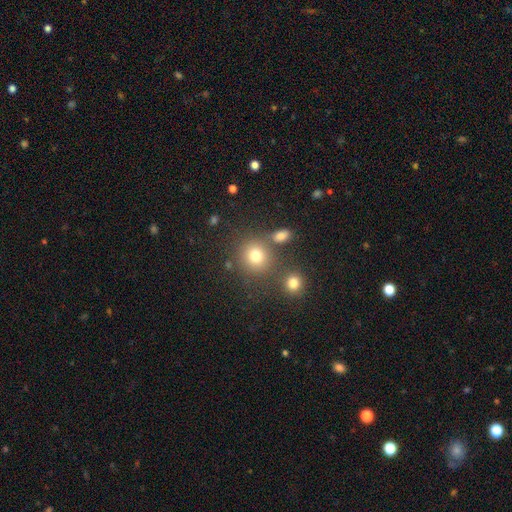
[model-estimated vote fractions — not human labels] Smooth or featured: smooth — 77% (star or artifact — 15%)
How rounded: round — 86% (in between — 13%)
Merging: none — 71% (merger — 15%)